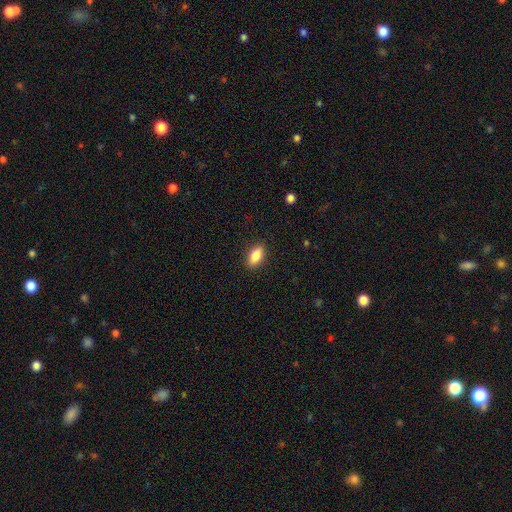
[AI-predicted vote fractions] smooth 85%, star or artifact 7%, featured or disk 7%. Down the decision tree: how rounded — in between (89%); merging — none (89%).